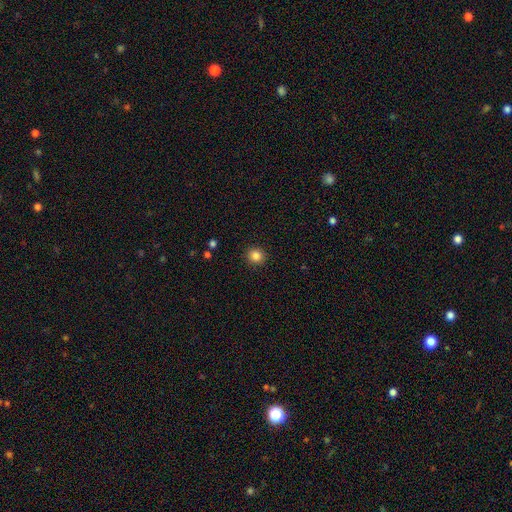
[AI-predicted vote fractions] smooth-or-featured: smooth: 86% | star or artifact: 11% | featured or disk: 4%
  how-rounded: round: 90% | in between: 9% | cigar-shaped: 1%
  merging: none: 92% | minor disturbance: 5% | major disturbance: 2% | merger: 1%